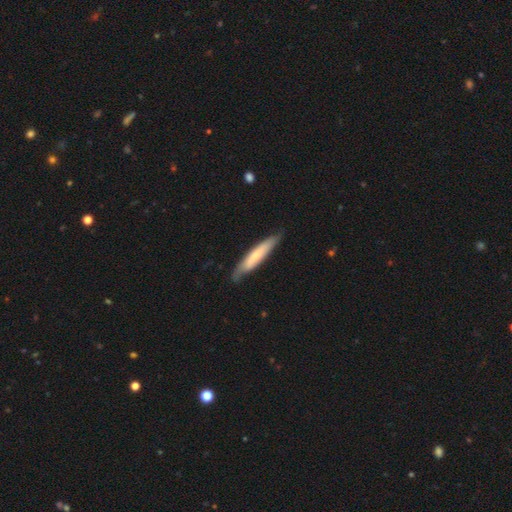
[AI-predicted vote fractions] smooth_or_featured: smooth (p=0.58) [alt: featured or disk p=0.37]
how_rounded: cigar-shaped (p=0.87) [alt: in between p=0.11]
merging: none (p=0.76) [alt: minor disturbance p=0.19]